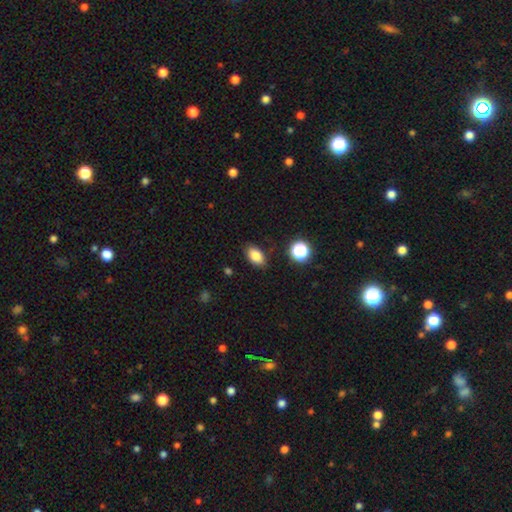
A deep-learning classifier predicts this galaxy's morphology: A smooth galaxy with no disk features (83%) that is in between round and cigar-shaped (88%). Merging: none (85%).